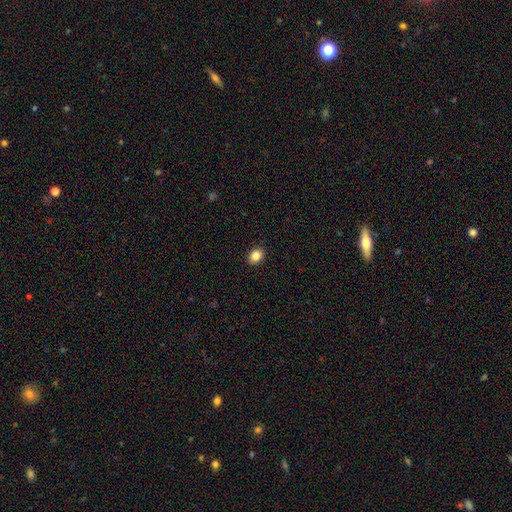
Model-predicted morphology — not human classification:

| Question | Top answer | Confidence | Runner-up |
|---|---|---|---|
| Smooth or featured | smooth | 86% | star or artifact (9%) |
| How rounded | in between | 57% | round (42%) |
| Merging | none | 90% | minor disturbance (7%) |